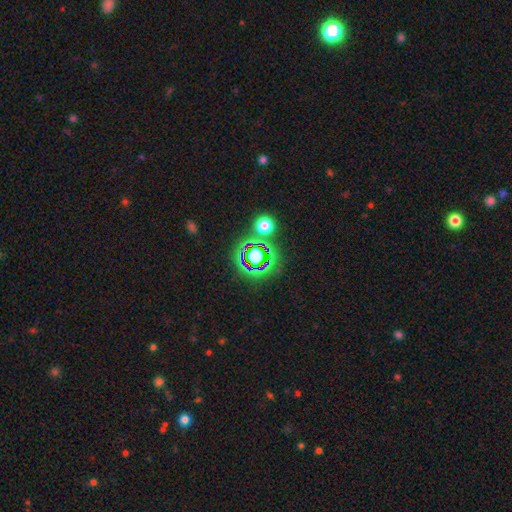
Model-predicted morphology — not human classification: A star or artifact, not a galaxy (75%).